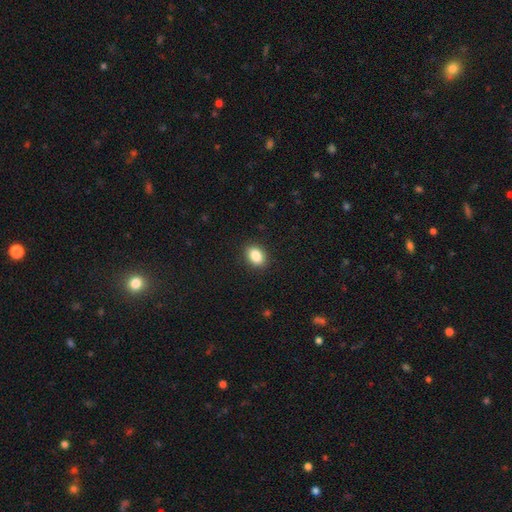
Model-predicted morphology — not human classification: type=smooth (87%); roundness=in between (82%); merging=none (89%).